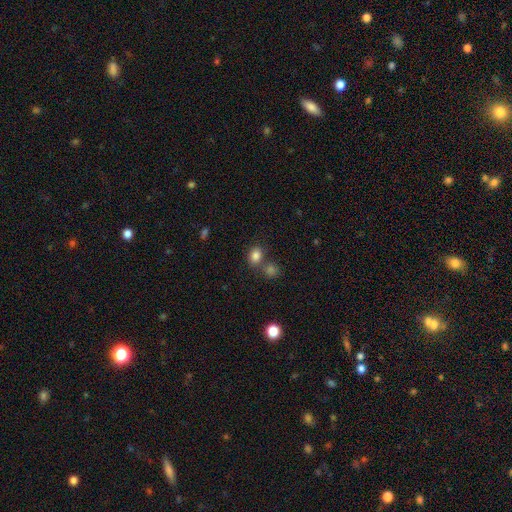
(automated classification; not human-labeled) smooth 82%, star or artifact 12%, featured or disk 6%. Down the decision tree: how rounded — in between (55%); merging — none (59%).